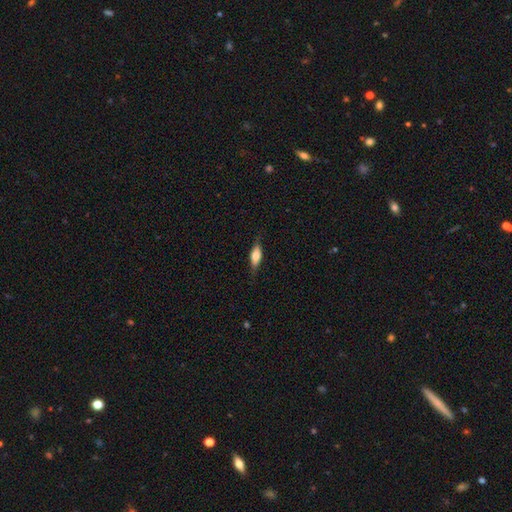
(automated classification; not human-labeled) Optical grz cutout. It shows a smooth galaxy with no disk features (57%) that is in between round and cigar-shaped (63%). Merging: none (79%).